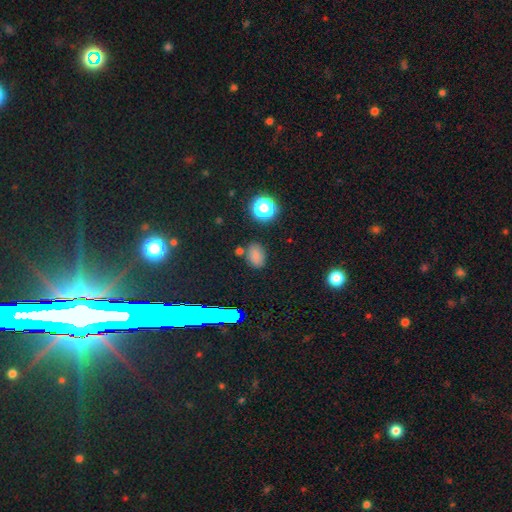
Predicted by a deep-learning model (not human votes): Smooth or featured?
  - smooth: 74% *
  - star or artifact: 20%
  - featured or disk: 6%
How rounded?
  - in between: 79% *
  - round: 20%
  - cigar-shaped: 2%
Merging?
  - none: 77% *
  - minor disturbance: 14%
  - merger: 5%
  - major disturbance: 4%